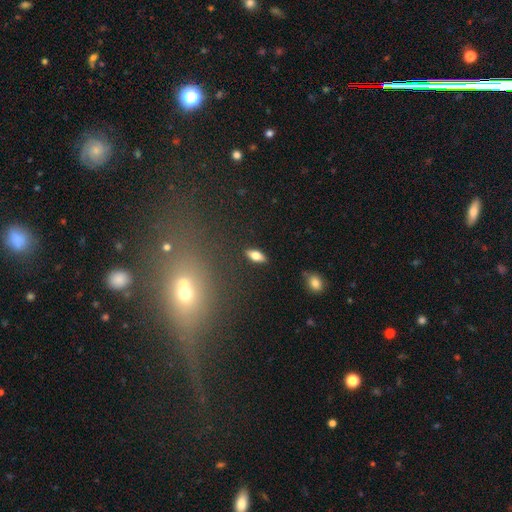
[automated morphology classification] Smooth or featured? Predicted: smooth (p=0.70). How rounded? Predicted: in between (p=0.80). Merging? Predicted: none (p=0.88).